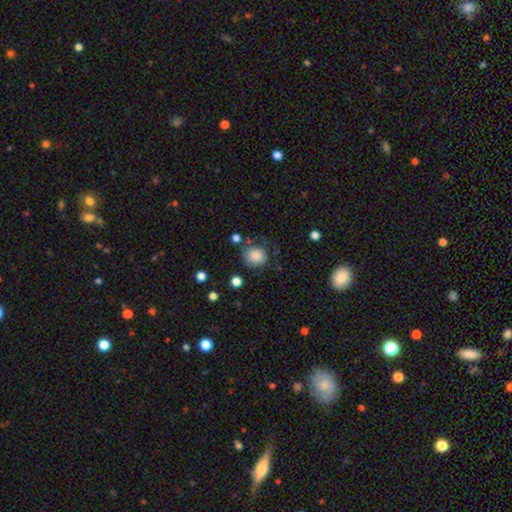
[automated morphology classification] Overall: smooth (85%). How rounded: round (78%). Merging: none (64%).